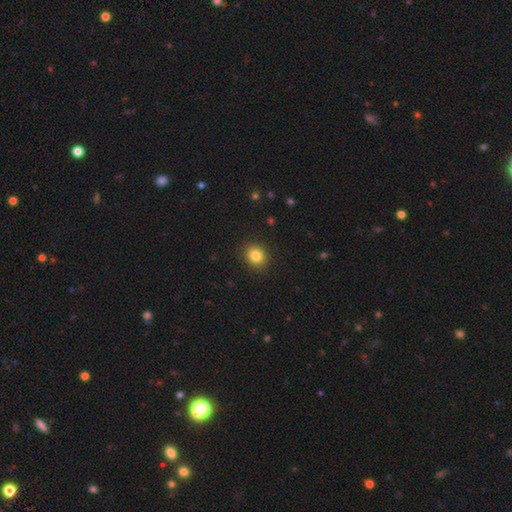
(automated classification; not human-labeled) The model was most divided on "how rounded": round: 76%, in between: 24%, cigar-shaped: 1%. More confident: merging — none (91%); smooth or featured — smooth (83%).